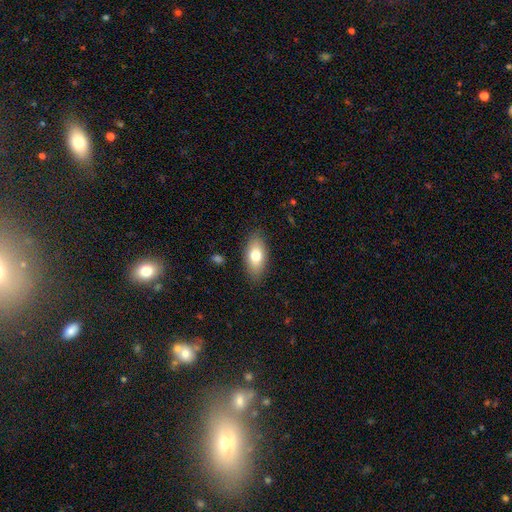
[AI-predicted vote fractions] Smooth or featured: smooth — 75% (featured or disk — 18%)
How rounded: in between — 88% (cigar-shaped — 8%)
Merging: none — 86% (minor disturbance — 11%)